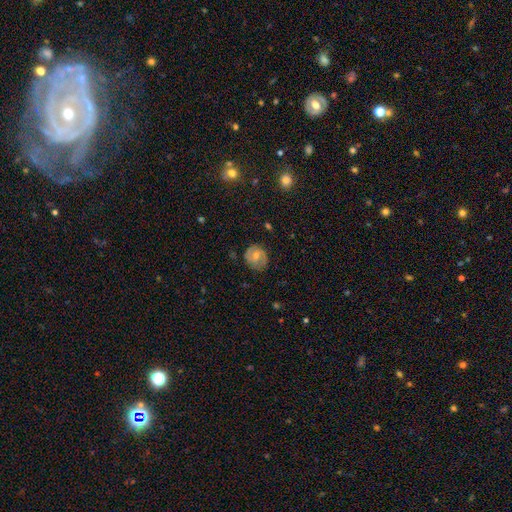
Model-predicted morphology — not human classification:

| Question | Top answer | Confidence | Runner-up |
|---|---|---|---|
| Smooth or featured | featured or disk | 60% | smooth (32%) |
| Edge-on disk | no | 97% | yes (3%) |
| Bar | no | 46% | weak (44%) |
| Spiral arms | yes | 84% | no (16%) |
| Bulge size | moderate | 57% | small (37%) |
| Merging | none | 78% | minor disturbance (16%) |